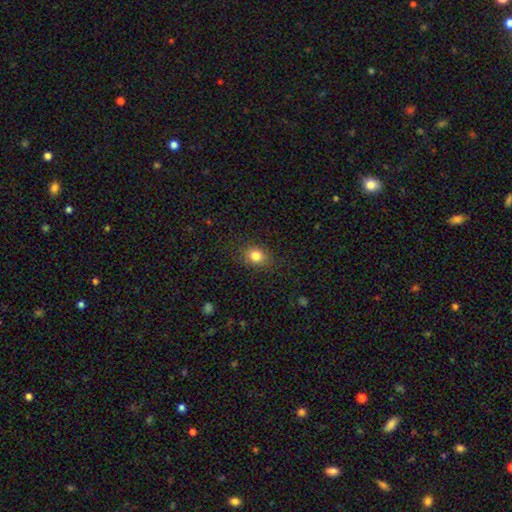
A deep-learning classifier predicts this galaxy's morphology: smooth-or-featured: smooth: 82% | star or artifact: 11% | featured or disk: 7%
  how-rounded: round: 56% | in between: 43% | cigar-shaped: 1%
  merging: none: 85% | minor disturbance: 10% | major disturbance: 3% | merger: 1%